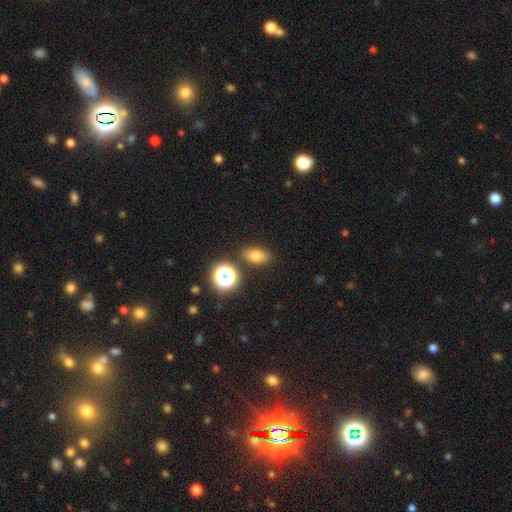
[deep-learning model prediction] smooth_or_featured: smooth (p=0.75) [alt: star or artifact p=0.14]
how_rounded: in between (p=0.81) [alt: round p=0.16]
merging: none (p=0.83) [alt: minor disturbance p=0.10]